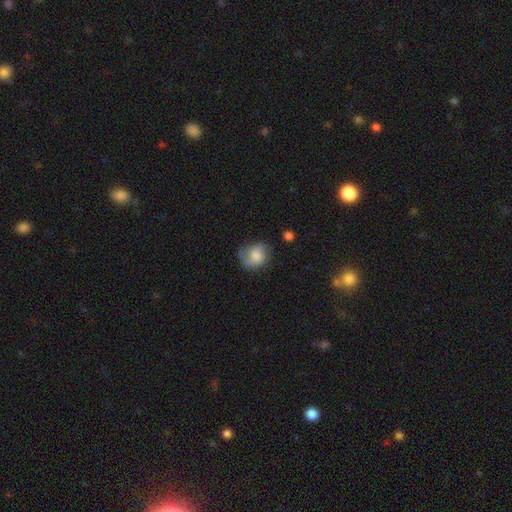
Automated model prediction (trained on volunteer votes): A smooth galaxy with no disk features (69%) that is round (57%).

Vote fractions:
- Smooth or featured? smooth: 69% / featured or disk: 23% / star or artifact: 9%
- How rounded? round: 57% / in between: 42% / cigar-shaped: 1%
- Merging? none: 51% / minor disturbance: 32% / major disturbance: 14% / merger: 3%